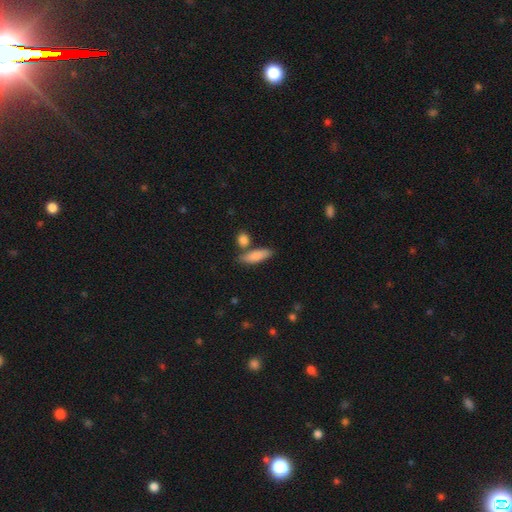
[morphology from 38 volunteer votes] Q: Smooth or featured?
A: smooth (92%); runner-up: featured or disk (8%)
Q: How rounded?
A: in between (51%); runner-up: cigar-shaped (43%)
Q: Merging?
A: none (66%); runner-up: minor disturbance (18%)